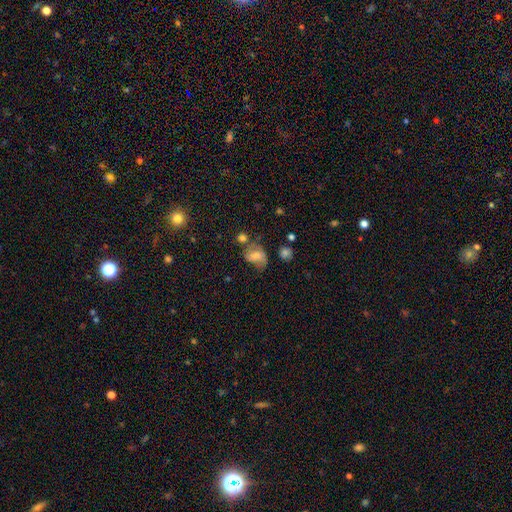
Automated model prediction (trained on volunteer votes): Q: Smooth or featured?
A: smooth (55%); runner-up: featured or disk (34%)
Q: How rounded?
A: in between (65%); runner-up: round (34%)
Q: Merging?
A: none (41%); runner-up: minor disturbance (30%)